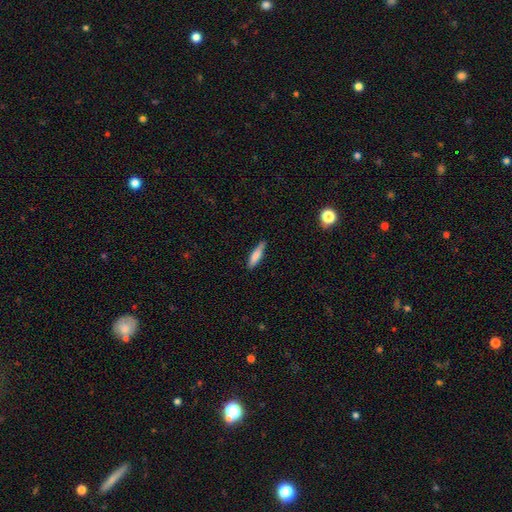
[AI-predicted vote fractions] The model was most divided on "how rounded": cigar-shaped: 78%, in between: 21%, round: 2%. More confident: merging — none (83%); smooth or featured — smooth (78%).